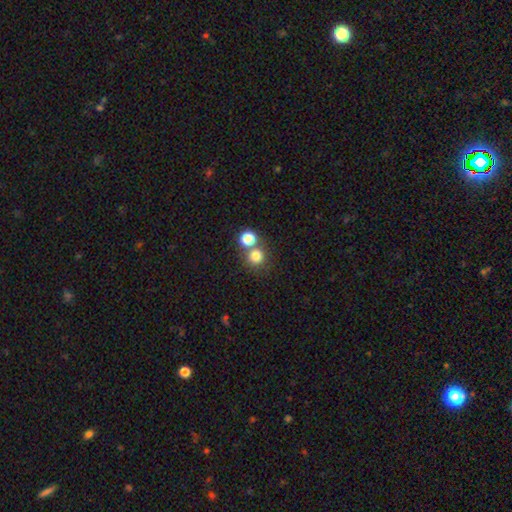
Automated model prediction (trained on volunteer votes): smooth_or_featured: smooth (p=0.79) [alt: star or artifact p=0.14]
how_rounded: round (p=0.92) [alt: in between p=0.07]
merging: none (p=0.62) [alt: merger p=0.29]